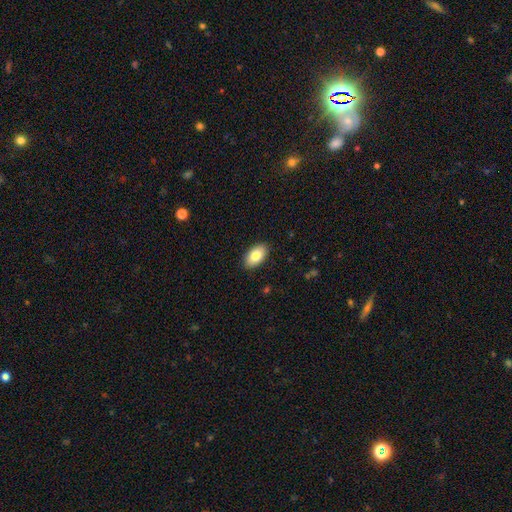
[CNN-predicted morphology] Smooth or featured?
  - smooth: 82% *
  - featured or disk: 11%
  - star or artifact: 7%
How rounded?
  - in between: 94% *
  - round: 4%
  - cigar-shaped: 2%
Merging?
  - none: 89% *
  - minor disturbance: 8%
  - major disturbance: 2%
  - merger: 1%